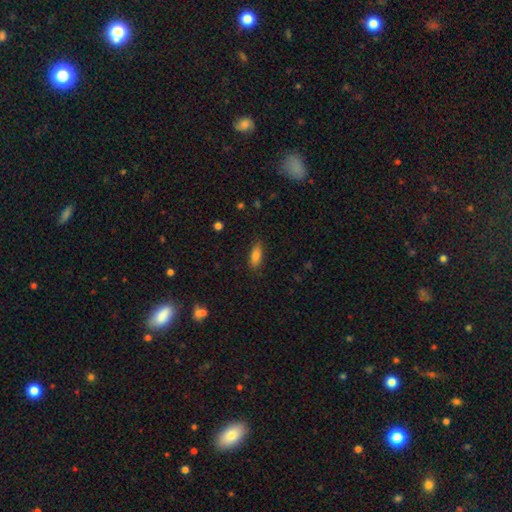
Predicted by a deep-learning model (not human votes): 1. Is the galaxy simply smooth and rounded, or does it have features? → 82% smooth, 9% featured or disk, 8% star or artifact.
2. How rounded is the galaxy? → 74% in between, 23% cigar-shaped, 3% round.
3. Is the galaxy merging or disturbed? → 84% none, 12% minor disturbance, 3% major disturbance, 1% merger.